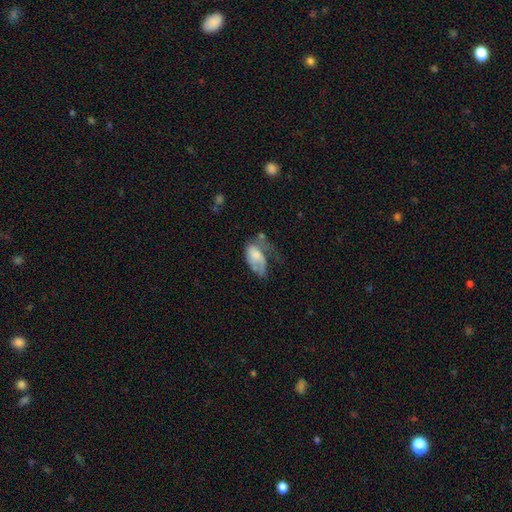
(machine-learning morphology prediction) This is possibly a smooth galaxy (53%). How rounded: clearly in between (91%). Merging: possibly major disturbance (47%).